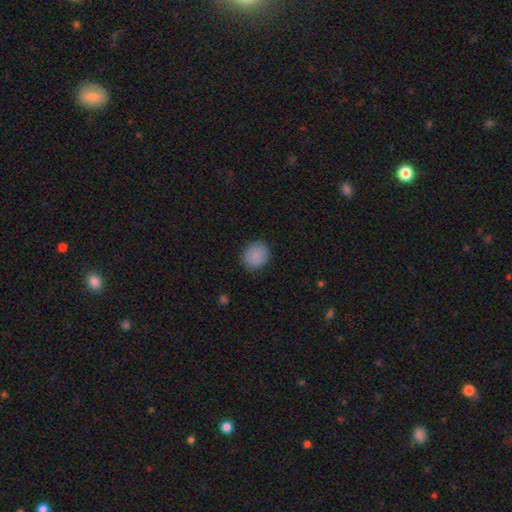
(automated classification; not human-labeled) The model was most divided on "how rounded": round: 74%, in between: 25%, cigar-shaped: 1%. More confident: smooth or featured — smooth (88%); merging — none (87%).